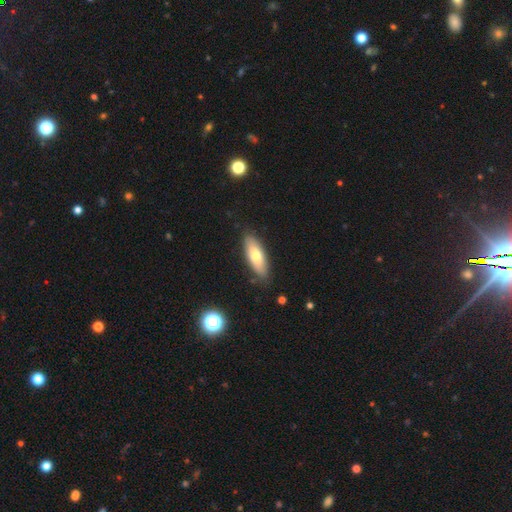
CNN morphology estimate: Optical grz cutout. It shows a smooth galaxy with no disk features (67%) that is in between round and cigar-shaped (69%). Merging: none (84%).